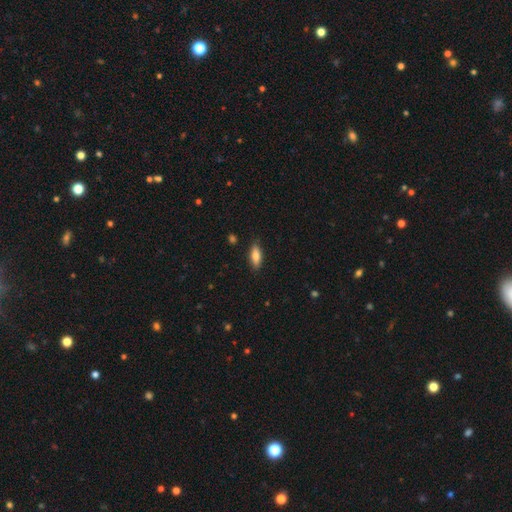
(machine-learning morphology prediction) The model was most divided on "how rounded": in between: 68%, cigar-shaped: 30%, round: 2%. More confident: merging — none (85%); smooth or featured — smooth (79%).